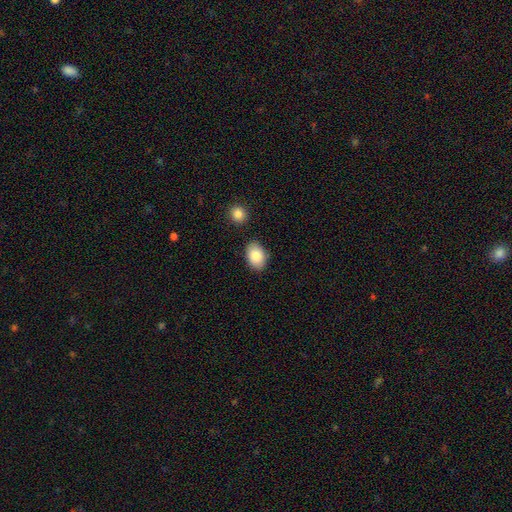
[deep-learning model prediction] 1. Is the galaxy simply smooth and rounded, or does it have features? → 86% smooth, 7% featured or disk, 7% star or artifact.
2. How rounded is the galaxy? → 83% in between, 15% round, 1% cigar-shaped.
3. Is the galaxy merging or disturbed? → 83% none, 11% minor disturbance, 4% merger, 2% major disturbance.